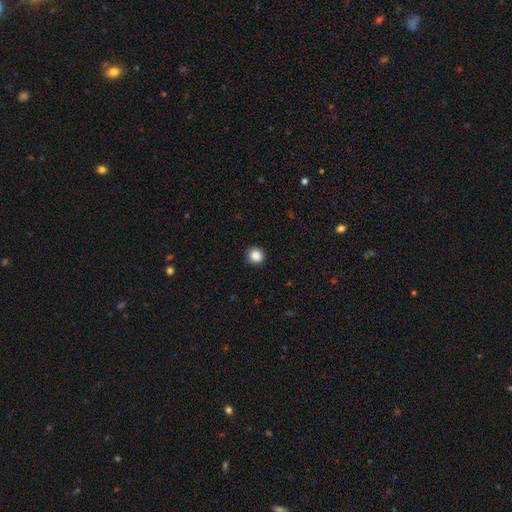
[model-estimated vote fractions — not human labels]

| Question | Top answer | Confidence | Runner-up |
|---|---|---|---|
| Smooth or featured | smooth | 87% | star or artifact (10%) |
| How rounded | round | 91% | in between (8%) |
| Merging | none | 91% | minor disturbance (6%) |